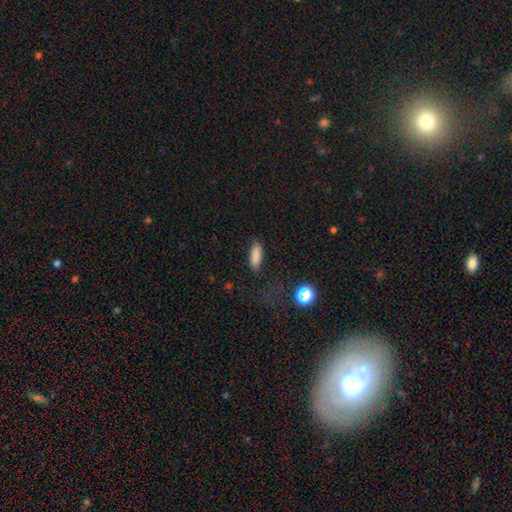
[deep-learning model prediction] Smooth or featured? smooth (85%)
How rounded? in between (66%)
Merging? none (82%)